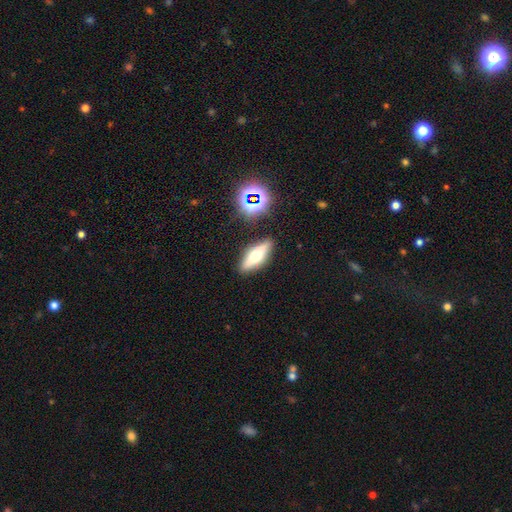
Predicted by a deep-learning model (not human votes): This appears to be a featured or disk galaxy (50%) viewed edge-on (90%). Merging: none (86%).